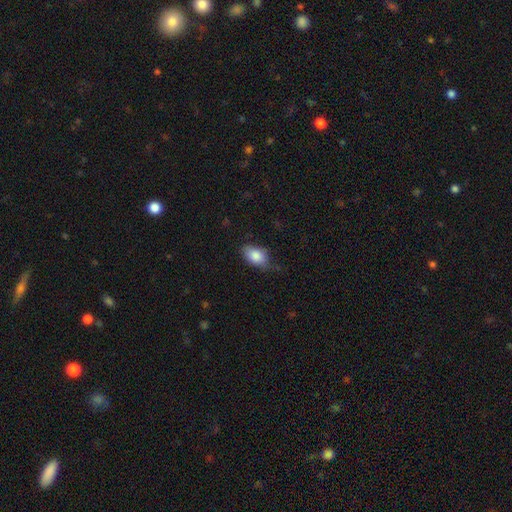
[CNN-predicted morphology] type=smooth (85%); roundness=in between (89%); merging=none (59%).